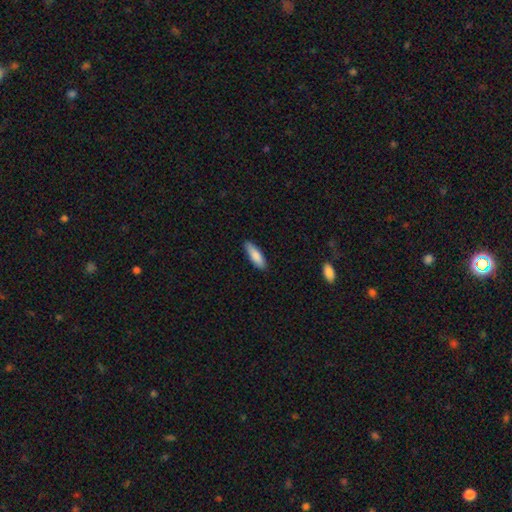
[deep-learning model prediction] Smooth or featured: smooth — 85% (featured or disk — 9%)
How rounded: in between — 52% (cigar-shaped — 46%)
Merging: none — 85% (minor disturbance — 12%)